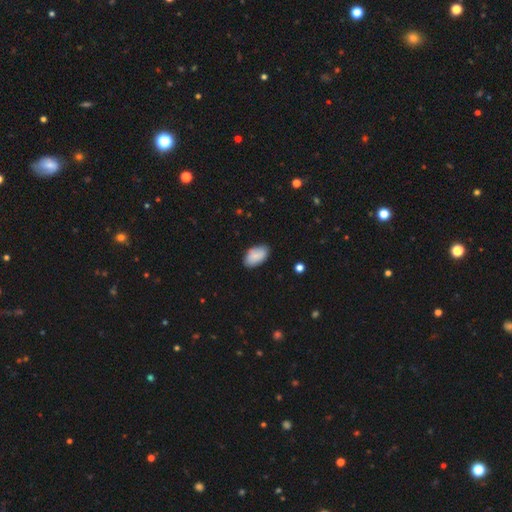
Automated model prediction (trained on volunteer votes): This appears to be a smooth galaxy with no disk features (86%) that is in between round and cigar-shaped (95%). Merging: none (82%).